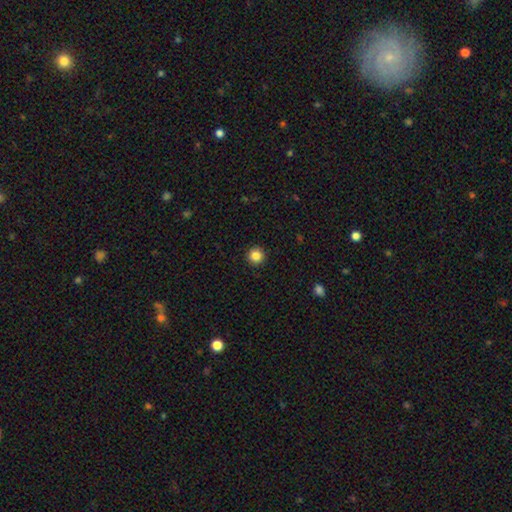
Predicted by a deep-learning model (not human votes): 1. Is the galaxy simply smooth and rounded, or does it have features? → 85% smooth, 11% star or artifact, 4% featured or disk.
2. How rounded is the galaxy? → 96% round, 3% in between, 1% cigar-shaped.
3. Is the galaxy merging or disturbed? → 93% none, 4% minor disturbance, 2% major disturbance, 1% merger.